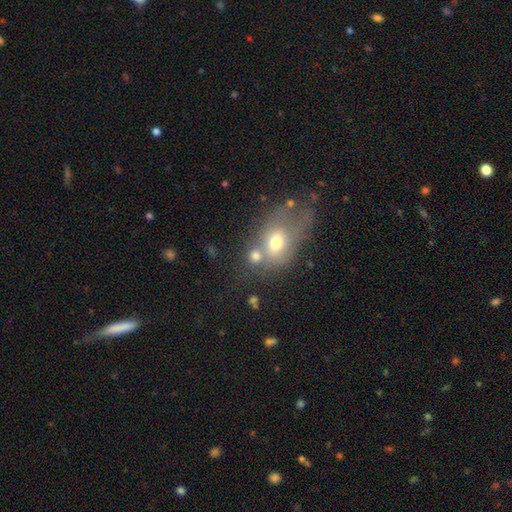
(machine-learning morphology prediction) A smooth galaxy with no disk features (70%) that is round (54%). Merging: merger (44%).